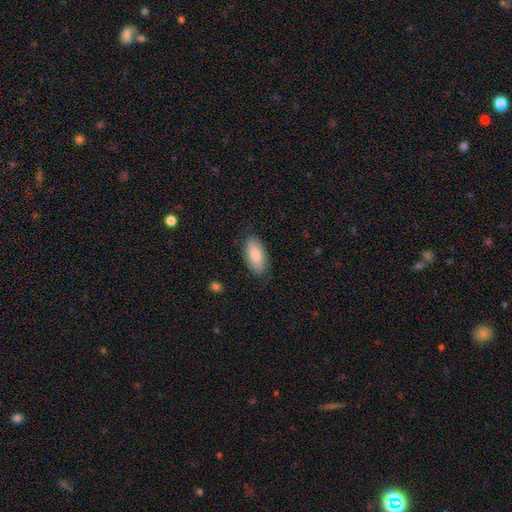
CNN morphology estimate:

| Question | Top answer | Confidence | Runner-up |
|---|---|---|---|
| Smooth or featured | smooth | 84% | featured or disk (10%) |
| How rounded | in between | 91% | cigar-shaped (7%) |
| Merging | none | 83% | minor disturbance (13%) |